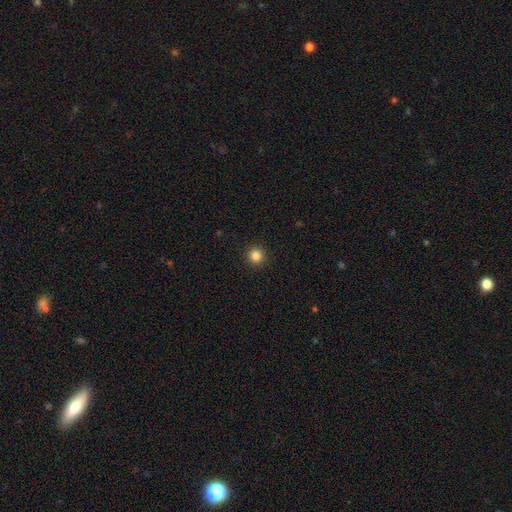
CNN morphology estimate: Smooth or featured? smooth (84%)
How rounded? round (96%)
Merging? none (93%)